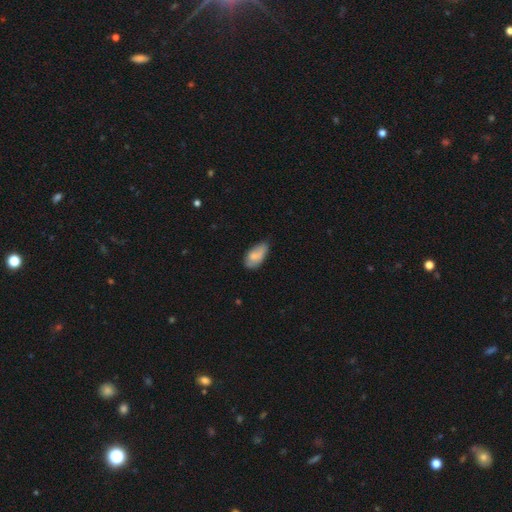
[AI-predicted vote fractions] Smooth or featured? Predicted: smooth (p=0.75). How rounded? Predicted: in between (p=0.93). Merging? Predicted: none (p=0.47).